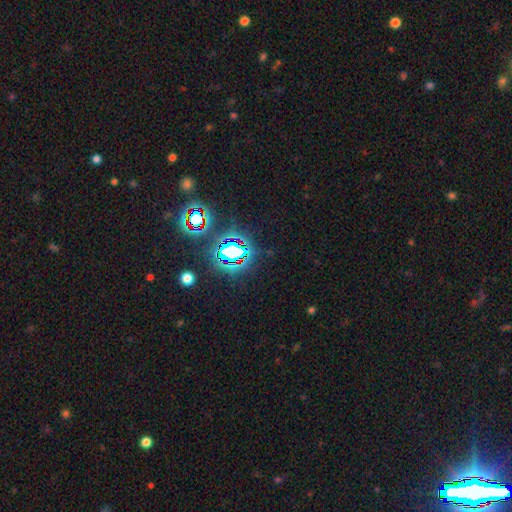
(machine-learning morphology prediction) Smooth or featured? star or artifact (82%)